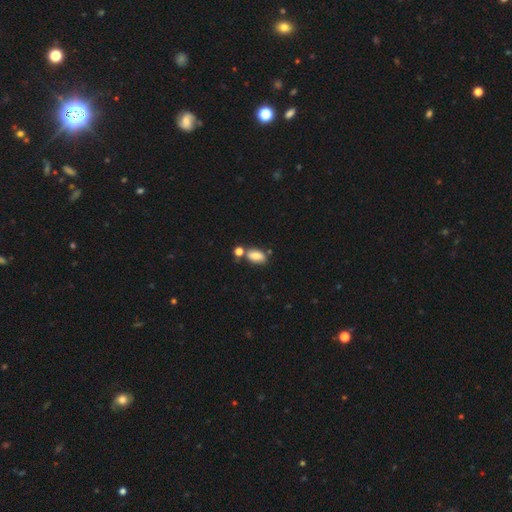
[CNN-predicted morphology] smooth-or-featured: smooth: 81% | featured or disk: 10% | star or artifact: 9%
  how-rounded: in between: 88% | round: 7% | cigar-shaped: 4%
  merging: none: 54% | merger: 25% | minor disturbance: 16% | major disturbance: 5%